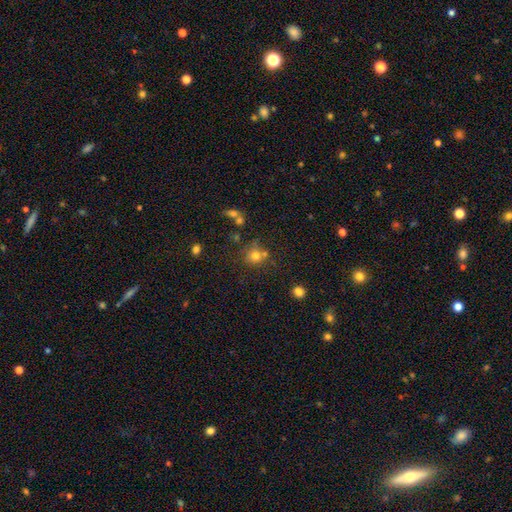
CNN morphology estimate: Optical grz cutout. It shows a smooth galaxy with no disk features (74%) that is round (87%). Merging: none (59%).